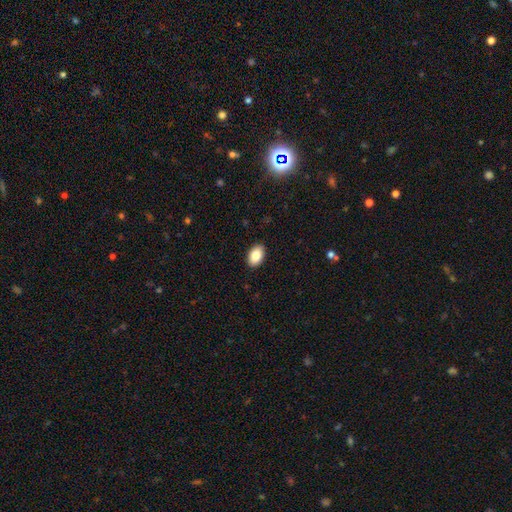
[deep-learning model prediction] This appears to be a smooth galaxy with no disk features (85%) that is in between round and cigar-shaped (91%). Merging: none (90%).